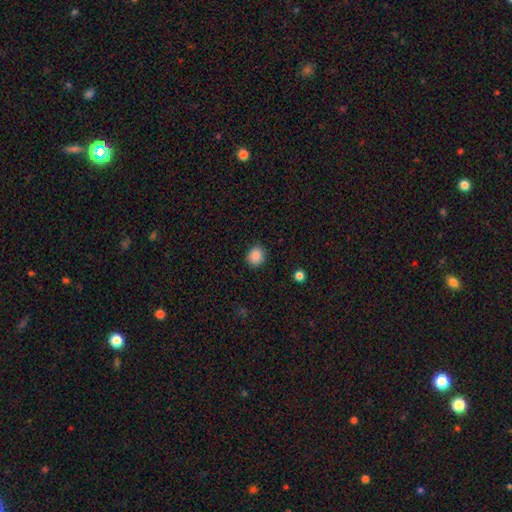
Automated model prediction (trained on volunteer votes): Smooth or featured? smooth (87%)
How rounded? round (81%)
Merging? none (89%)